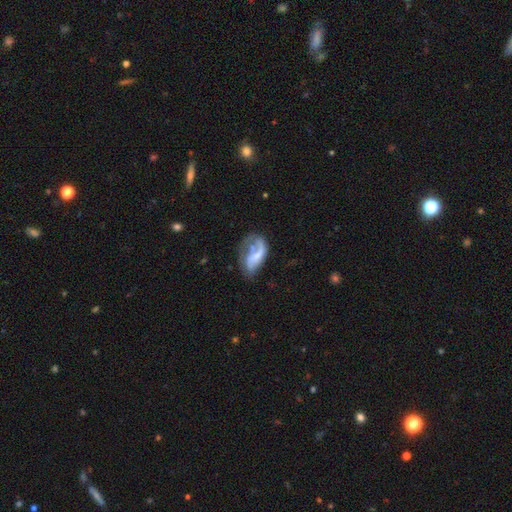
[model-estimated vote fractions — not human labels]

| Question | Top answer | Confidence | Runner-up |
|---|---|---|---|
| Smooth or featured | featured or disk | 65% | smooth (27%) |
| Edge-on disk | no | 97% | yes (3%) |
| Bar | no | 50% | weak (37%) |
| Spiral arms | yes | 74% | no (26%) |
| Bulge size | small | 40% | none (34%) |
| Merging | major disturbance | 38% | none (32%) |